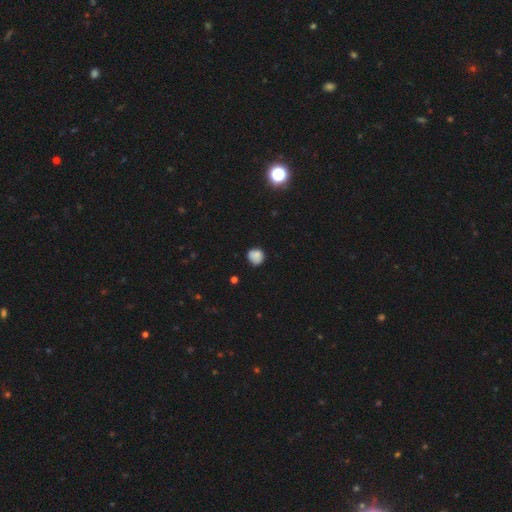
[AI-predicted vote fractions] A smooth galaxy with no disk features (82%) that is round (86%). Merging: none (70%).